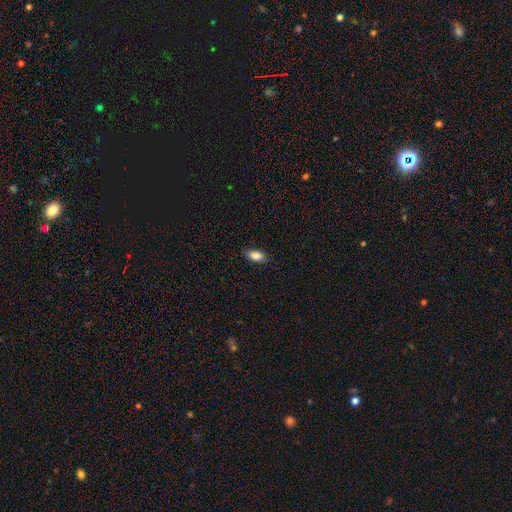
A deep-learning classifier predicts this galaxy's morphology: Smooth or featured?
  - smooth: 85% *
  - star or artifact: 8%
  - featured or disk: 7%
How rounded?
  - in between: 88% *
  - cigar-shaped: 7%
  - round: 5%
Merging?
  - none: 85% *
  - minor disturbance: 12%
  - major disturbance: 2%
  - merger: 1%